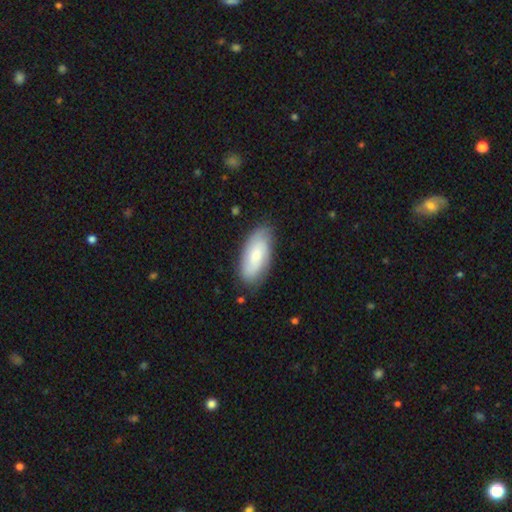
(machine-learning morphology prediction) Smooth or featured: smooth — 63% (featured or disk — 31%)
How rounded: in between — 86% (cigar-shaped — 12%)
Merging: none — 79% (minor disturbance — 16%)